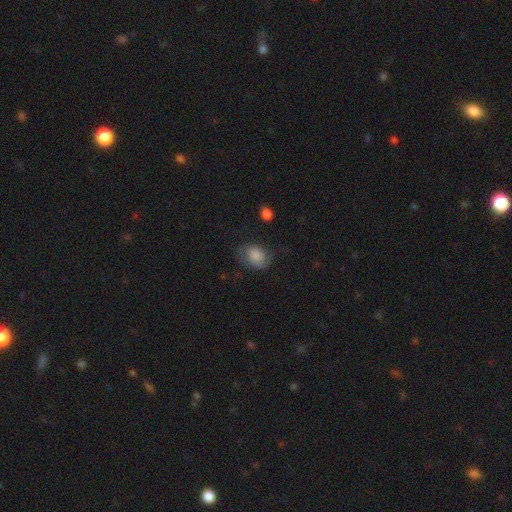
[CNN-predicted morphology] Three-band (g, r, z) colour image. It shows a smooth galaxy with no disk features (74%) that is in between round and cigar-shaped (63%). Merging: none (58%).